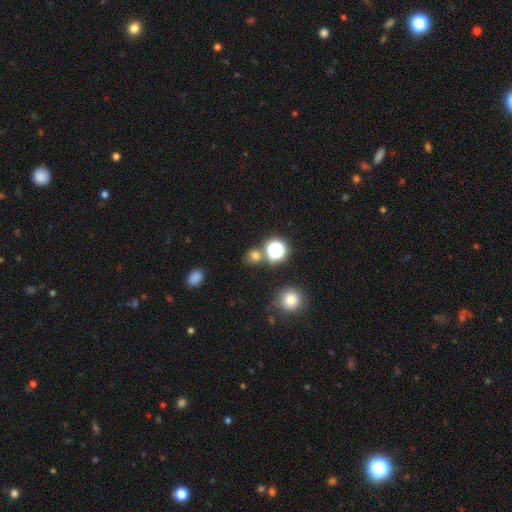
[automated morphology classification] A smooth galaxy with no disk features (68%) that is round (80%).

Vote fractions:
- Smooth or featured? smooth: 68% / star or artifact: 26% / featured or disk: 6%
- How rounded? round: 80% / in between: 18% / cigar-shaped: 1%
- Merging? none: 74% / merger: 13% / minor disturbance: 9% / major disturbance: 4%